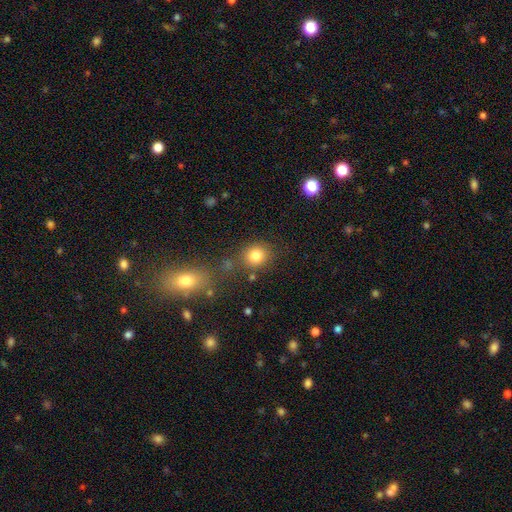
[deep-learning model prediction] Smooth or featured?
  - smooth: 82% *
  - star or artifact: 12%
  - featured or disk: 7%
How rounded?
  - round: 79% *
  - in between: 20%
  - cigar-shaped: 1%
Merging?
  - none: 75% *
  - minor disturbance: 11%
  - merger: 9%
  - major disturbance: 4%